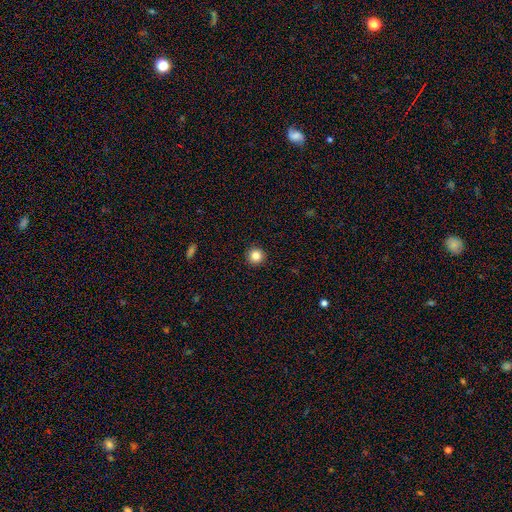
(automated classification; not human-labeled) Q: Smooth or featured?
A: smooth (84%); runner-up: star or artifact (11%)
Q: How rounded?
A: round (95%); runner-up: in between (4%)
Q: Merging?
A: none (93%); runner-up: minor disturbance (5%)